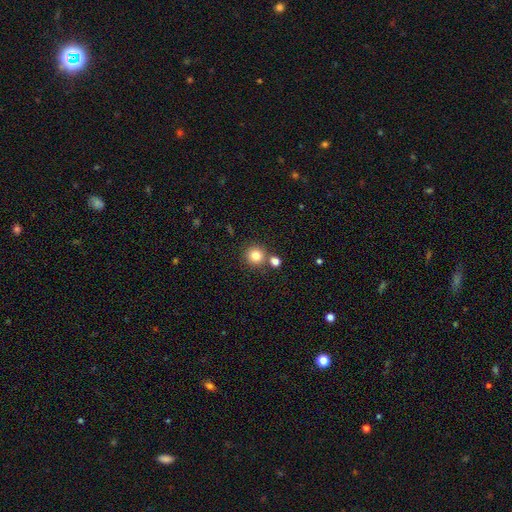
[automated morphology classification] Smooth or featured? smooth (81%)
How rounded? round (93%)
Merging? none (74%)